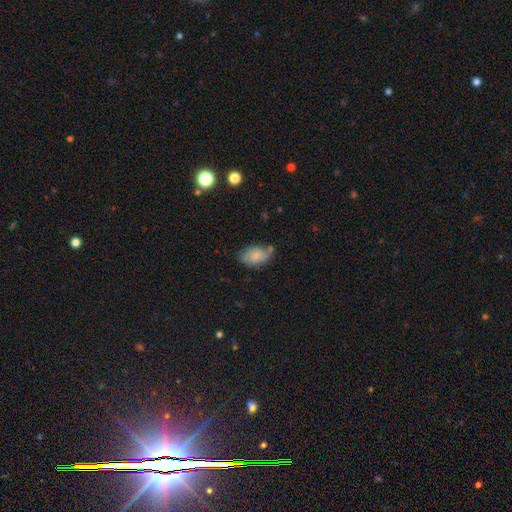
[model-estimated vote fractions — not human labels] Smooth or featured?
  - smooth: 69% *
  - featured or disk: 22%
  - star or artifact: 8%
How rounded?
  - in between: 90% *
  - round: 8%
  - cigar-shaped: 2%
Merging?
  - none: 56% *
  - minor disturbance: 29%
  - major disturbance: 8%
  - merger: 7%